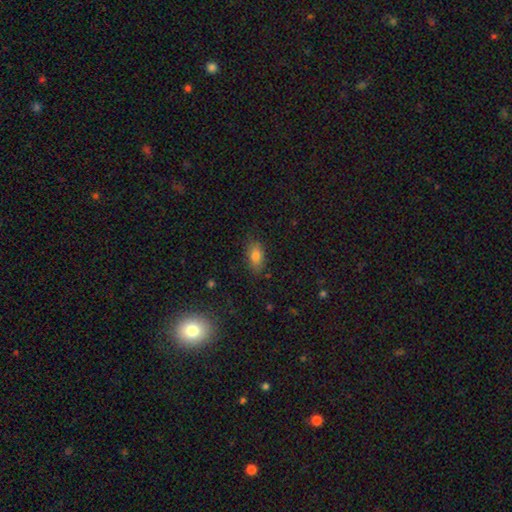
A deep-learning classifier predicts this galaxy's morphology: A smooth galaxy with no disk features (81%) that is in between round and cigar-shaped (88%). Merging: none (80%).